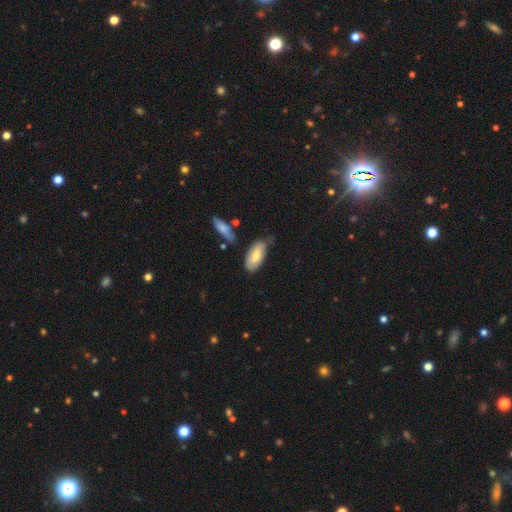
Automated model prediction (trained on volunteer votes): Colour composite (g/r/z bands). It shows a smooth galaxy with no disk features (72%) that is in between round and cigar-shaped (89%). Merging: none (51%).